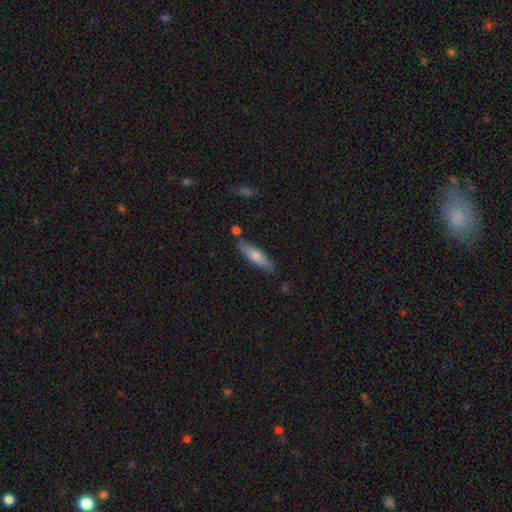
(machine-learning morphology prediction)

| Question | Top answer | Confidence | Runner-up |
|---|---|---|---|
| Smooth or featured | smooth | 66% | featured or disk (29%) |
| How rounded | cigar-shaped | 70% | in between (28%) |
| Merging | none | 80% | minor disturbance (13%) |